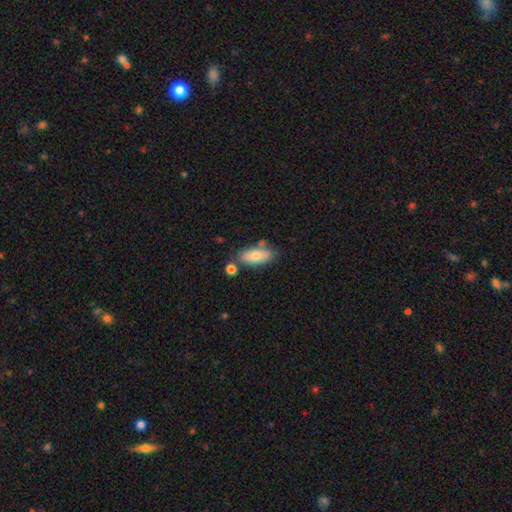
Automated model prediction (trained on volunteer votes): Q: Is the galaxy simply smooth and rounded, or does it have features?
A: smooth — 75%.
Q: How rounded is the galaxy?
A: in between — 83%.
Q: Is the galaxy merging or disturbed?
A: none — 68%.